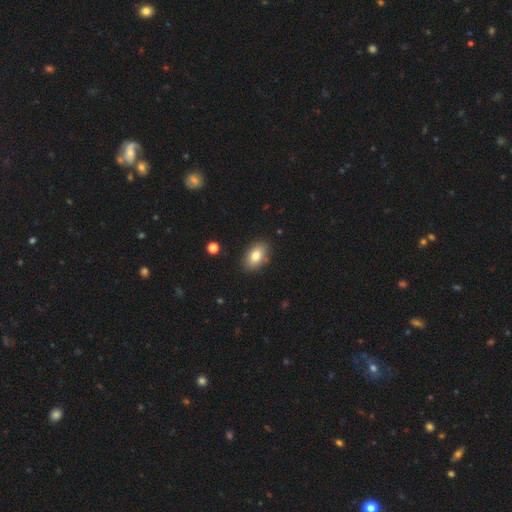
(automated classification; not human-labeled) A smooth galaxy with no disk features (80%) that is in between round and cigar-shaped (89%). Merging: none (87%).